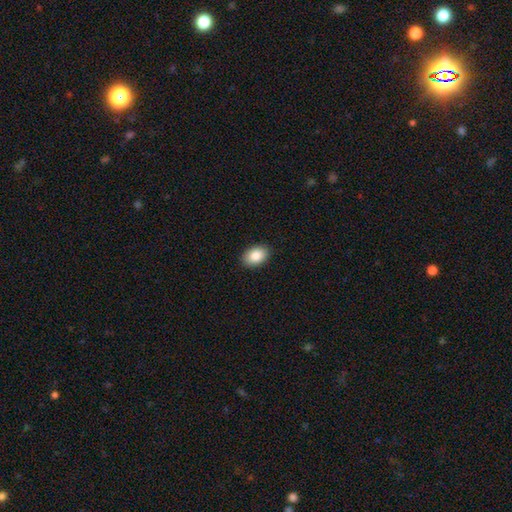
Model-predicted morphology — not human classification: Overall: smooth (86%). How rounded: in between (85%). Merging: none (90%).